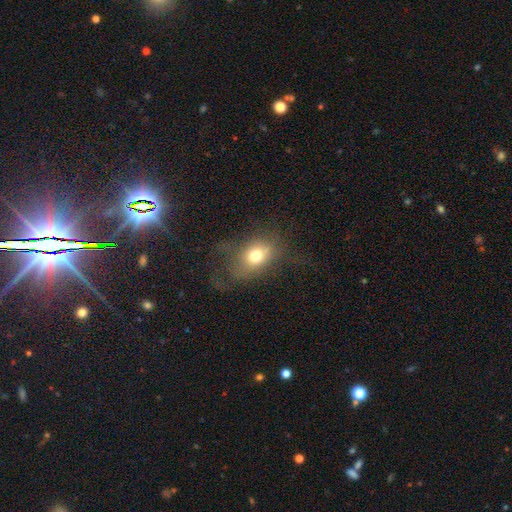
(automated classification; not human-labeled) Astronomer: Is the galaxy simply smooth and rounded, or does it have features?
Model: smooth — 67%.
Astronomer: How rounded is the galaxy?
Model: in between — 66%.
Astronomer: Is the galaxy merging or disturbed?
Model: none — 46% (runner-up: major disturbance, 30%).